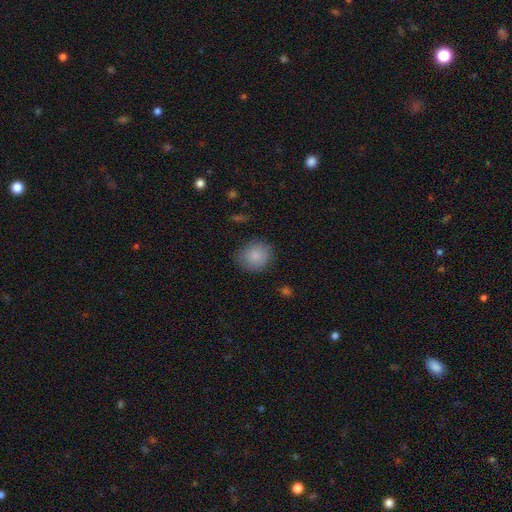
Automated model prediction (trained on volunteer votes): The model was most divided on "how rounded": round: 77%, in between: 22%, cigar-shaped: 1%. More confident: smooth or featured — smooth (85%); merging — none (78%).